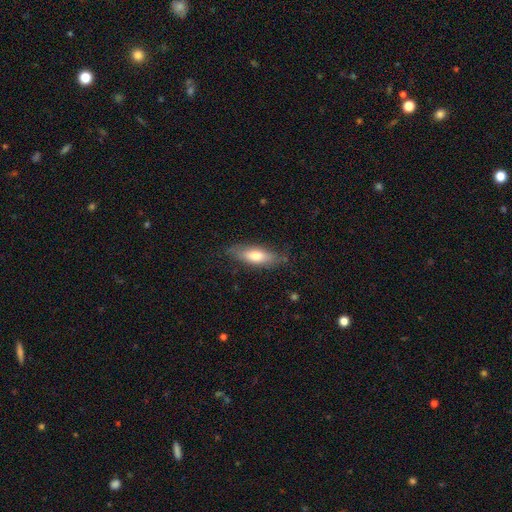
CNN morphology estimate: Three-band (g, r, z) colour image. It shows a smooth galaxy with no disk features (68%) that is in between round and cigar-shaped (61%). Merging: none (75%).